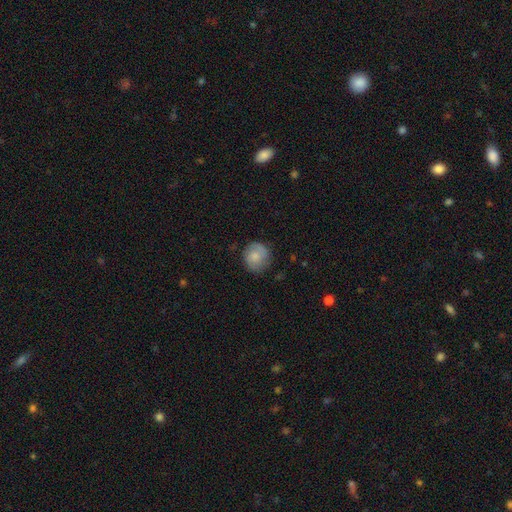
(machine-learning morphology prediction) Smooth or featured?
  - smooth: 61% *
  - featured or disk: 31%
  - star or artifact: 7%
How rounded?
  - round: 85% *
  - in between: 14%
  - cigar-shaped: 1%
Merging?
  - none: 79% *
  - minor disturbance: 16%
  - major disturbance: 4%
  - merger: 1%